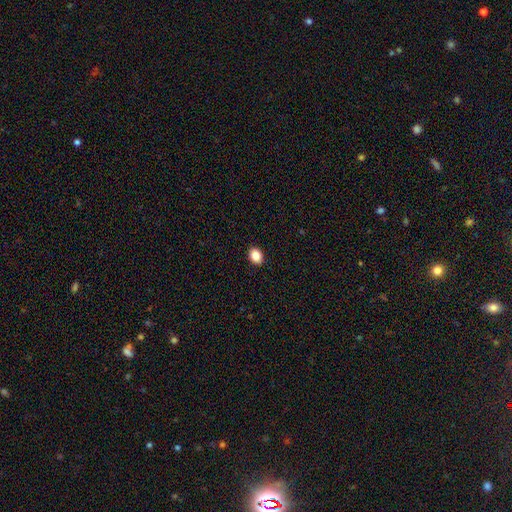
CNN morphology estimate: The model was most divided on "how rounded": in between: 64%, round: 35%, cigar-shaped: 1%. More confident: merging — none (91%); smooth or featured — smooth (87%).